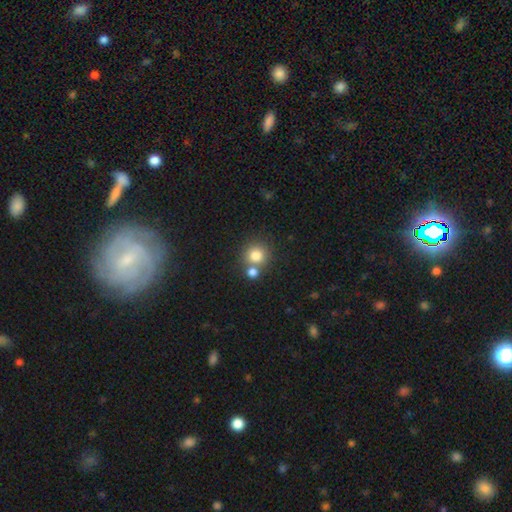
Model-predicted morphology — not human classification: Overall: smooth (80%). How rounded: round (91%). Merging: none (61%; merger 29%).